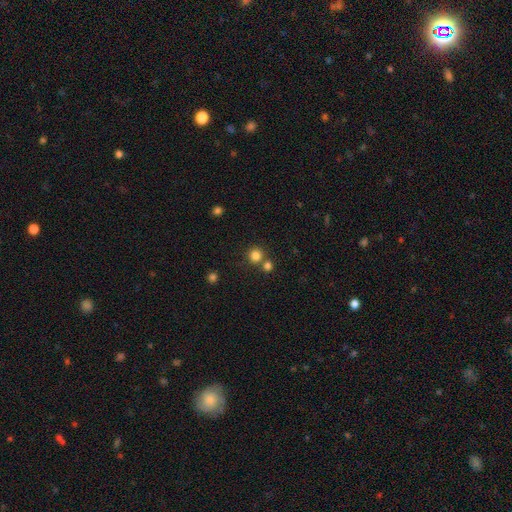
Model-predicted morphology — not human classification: Smooth or featured: smooth — 81% (star or artifact — 13%)
How rounded: round — 91% (in between — 8%)
Merging: none — 67% (merger — 23%)